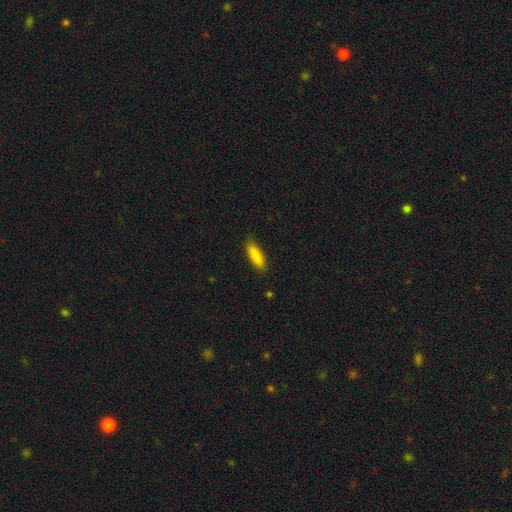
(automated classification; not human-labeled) Q: Smooth or featured?
A: smooth (88%); runner-up: star or artifact (6%)
Q: How rounded?
A: cigar-shaped (57%); runner-up: in between (42%)
Q: Merging?
A: none (86%); runner-up: minor disturbance (11%)